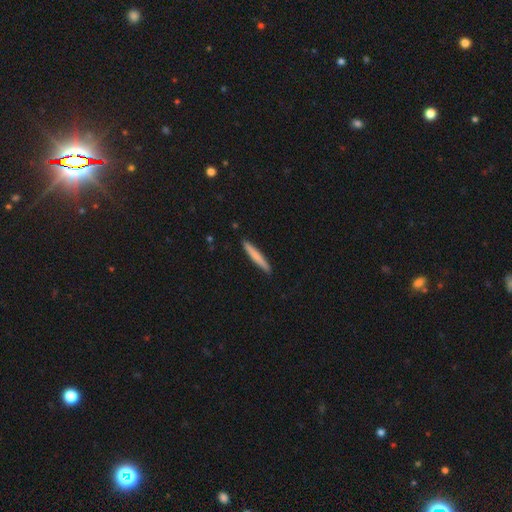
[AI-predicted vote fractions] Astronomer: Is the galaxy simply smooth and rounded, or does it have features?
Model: smooth — 74%.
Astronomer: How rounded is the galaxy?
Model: cigar-shaped — 96%.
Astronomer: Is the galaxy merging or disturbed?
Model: none — 91%.